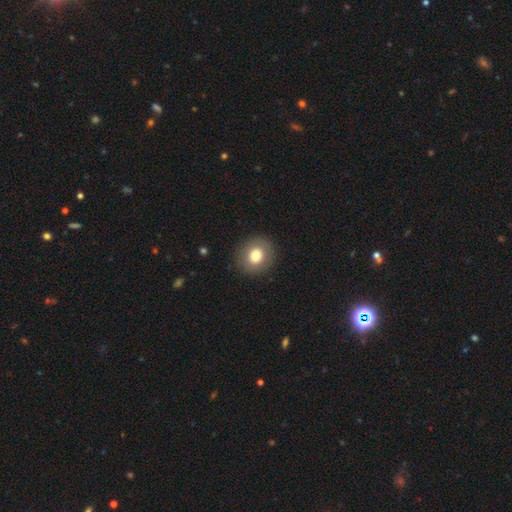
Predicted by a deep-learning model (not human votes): Smooth or featured?
  - smooth: 77% *
  - featured or disk: 14%
  - star or artifact: 9%
How rounded?
  - round: 85% *
  - in between: 14%
  - cigar-shaped: 1%
Merging?
  - none: 90% *
  - minor disturbance: 7%
  - major disturbance: 2%
  - merger: 1%